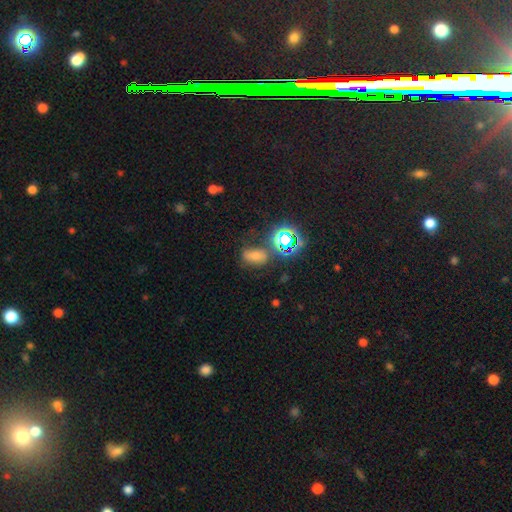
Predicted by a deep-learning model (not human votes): The model was most divided on "smooth or featured": smooth: 56%, star or artifact: 30%, featured or disk: 14%. More confident: how rounded — in between (82%); merging — none (58%).